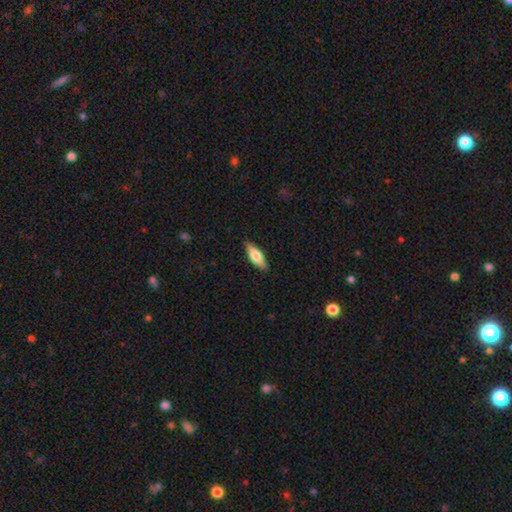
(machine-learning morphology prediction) Overall: smooth (53%; featured or disk 41%). How rounded: in between (51%; cigar-shaped 47%). Merging: none (89%).